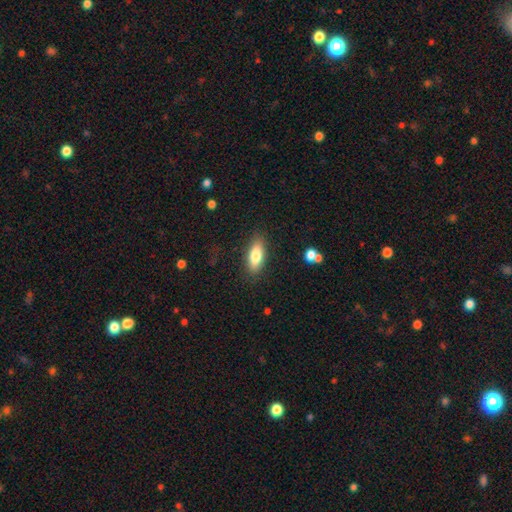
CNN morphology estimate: smooth_or_featured: smooth (p=0.80) [alt: featured or disk p=0.14]
how_rounded: in between (p=0.74) [alt: cigar-shaped p=0.24]
merging: none (p=0.85) [alt: minor disturbance p=0.10]